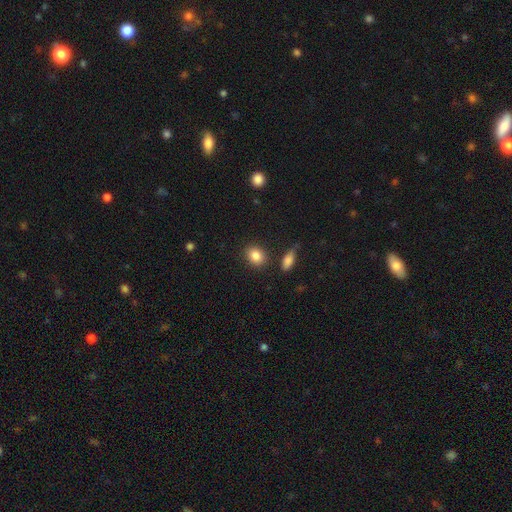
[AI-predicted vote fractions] smooth-or-featured: smooth: 85% | star or artifact: 9% | featured or disk: 6%
  how-rounded: round: 50% | in between: 49% | cigar-shaped: 2%
  merging: none: 84% | minor disturbance: 9% | merger: 4% | major disturbance: 3%